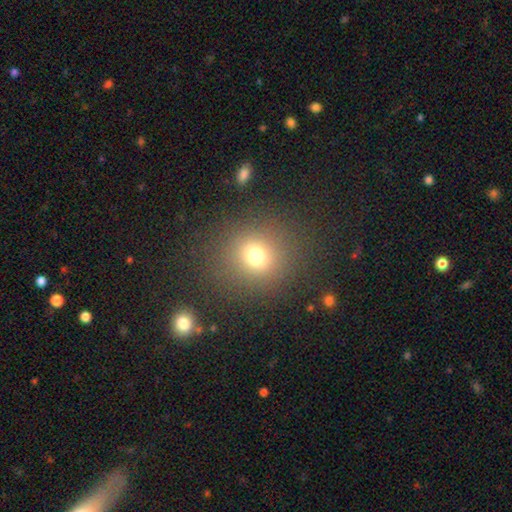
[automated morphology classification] Smooth or featured? smooth (72%)
How rounded? round (84%)
Merging? none (85%)